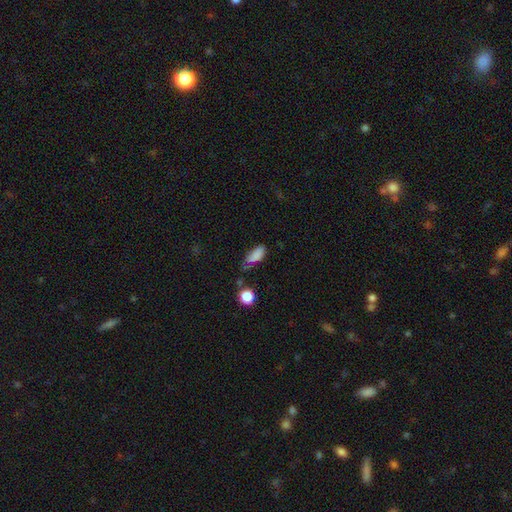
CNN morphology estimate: Q: Smooth or featured?
A: smooth (79%); runner-up: star or artifact (12%)
Q: How rounded?
A: in between (74%); runner-up: cigar-shaped (22%)
Q: Merging?
A: none (42%); runner-up: minor disturbance (35%)